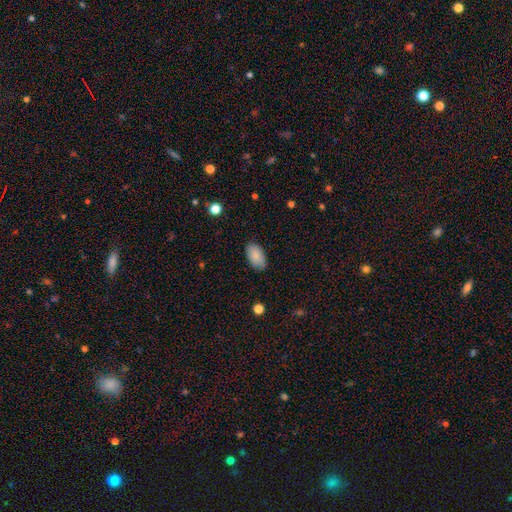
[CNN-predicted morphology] The model was most divided on "merging": none: 82%, minor disturbance: 14%, major disturbance: 3%, merger: 1%. More confident: how rounded — in between (93%); smooth or featured — smooth (86%).